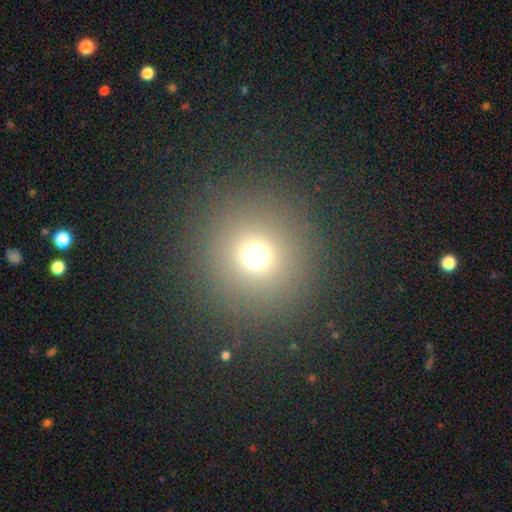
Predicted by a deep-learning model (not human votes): smooth_or_featured: smooth (p=0.66) [alt: star or artifact p=0.27]
how_rounded: round (p=0.91) [alt: in between p=0.08]
merging: none (p=0.85) [alt: minor disturbance p=0.07]